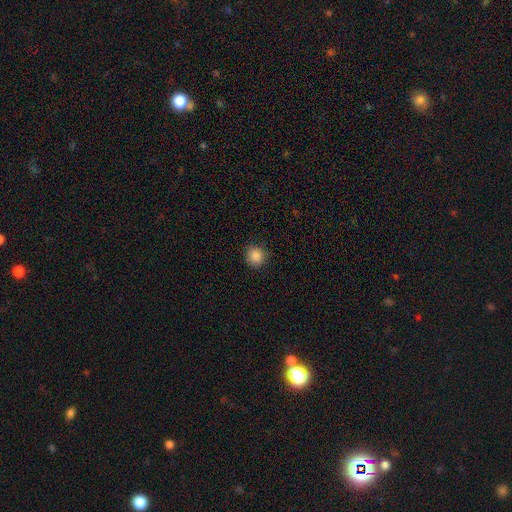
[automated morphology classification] This is clearly a smooth galaxy (87%). How rounded: clearly round (90%). Merging: clearly none (87%).